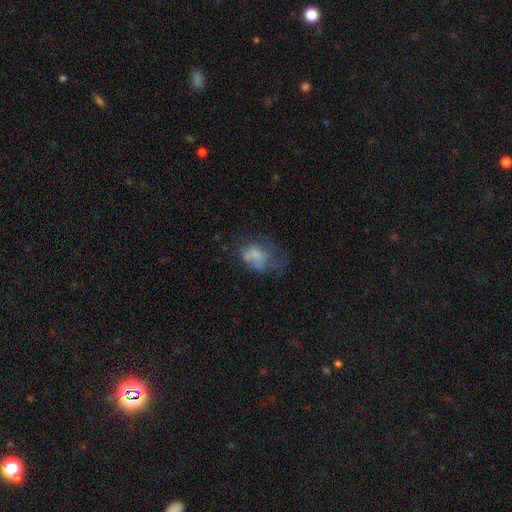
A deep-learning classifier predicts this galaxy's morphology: smooth_or_featured: smooth (p=0.56) [alt: featured or disk p=0.32]
how_rounded: in between (p=0.73) [alt: round p=0.26]
merging: major disturbance (p=0.35) [alt: none p=0.32]